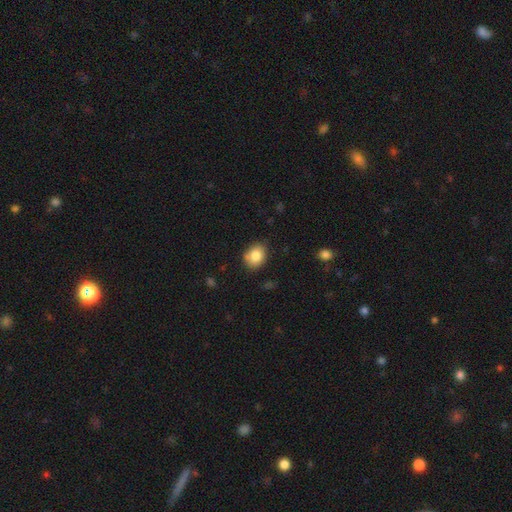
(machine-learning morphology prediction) This is clearly a smooth galaxy (82%). How rounded: possibly in between (51%). Merging: likely none (75%).